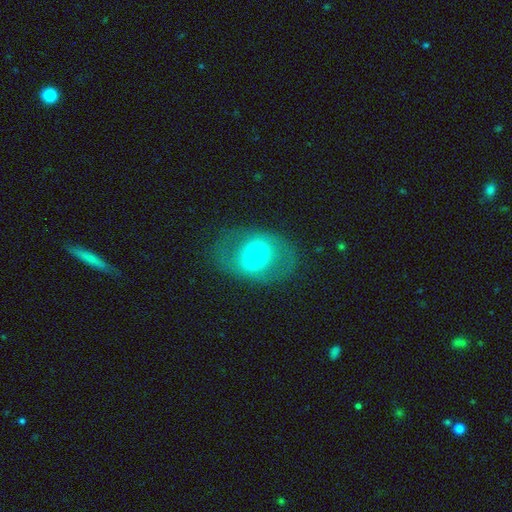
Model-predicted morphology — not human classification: Q: Smooth or featured?
A: featured or disk (52%); runner-up: smooth (40%)
Q: Edge-on disk?
A: no (93%); runner-up: yes (7%)
Q: Merging?
A: none (71%); runner-up: minor disturbance (15%)